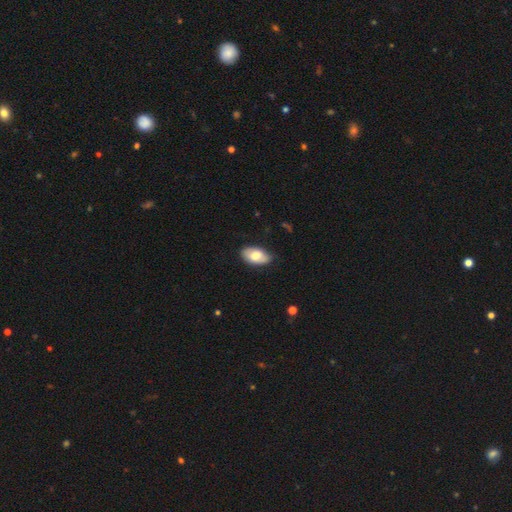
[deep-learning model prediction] Overall: smooth (75%). How rounded: in between (94%). Merging: none (76%).